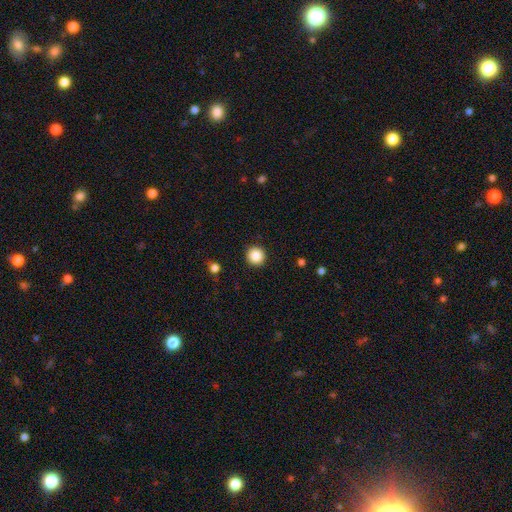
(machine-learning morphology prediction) A smooth galaxy with no disk features (87%) that is round (96%).

Vote fractions:
- Smooth or featured? smooth: 87% / star or artifact: 10% / featured or disk: 3%
- How rounded? round: 96% / in between: 3% / cigar-shaped: 1%
- Merging? none: 93% / minor disturbance: 5% / major disturbance: 2% / merger: 1%